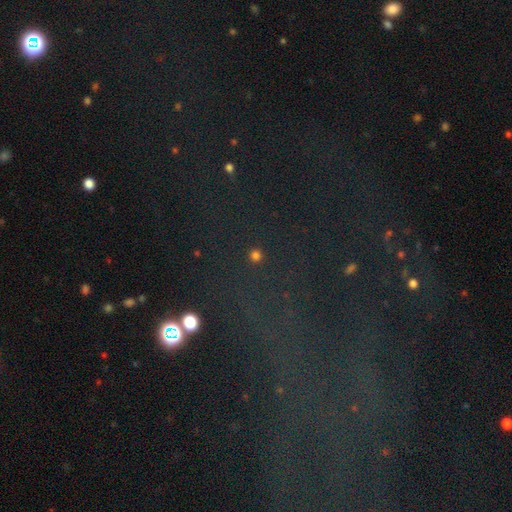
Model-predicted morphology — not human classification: type=smooth (76%); roundness=round (94%); merging=none (91%).